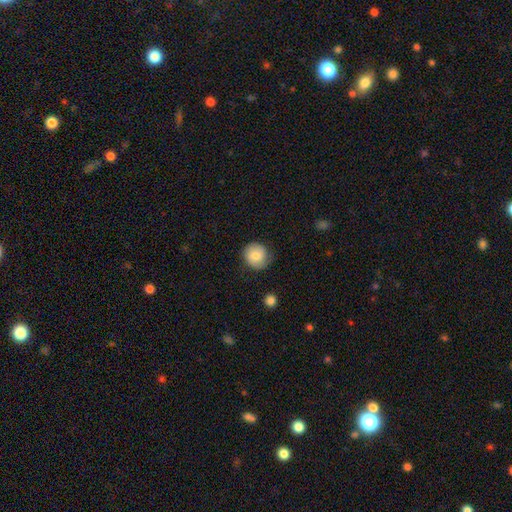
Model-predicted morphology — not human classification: smooth 75%, featured or disk 17%, star or artifact 7%. Down the decision tree: how rounded — round (88%); merging — none (77%).